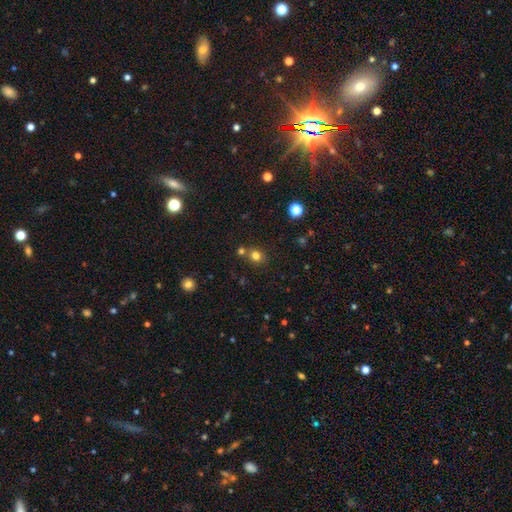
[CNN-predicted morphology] Q: Smooth or featured?
A: smooth (77%); runner-up: star or artifact (16%)
Q: How rounded?
A: round (75%); runner-up: in between (24%)
Q: Merging?
A: none (68%); runner-up: merger (20%)